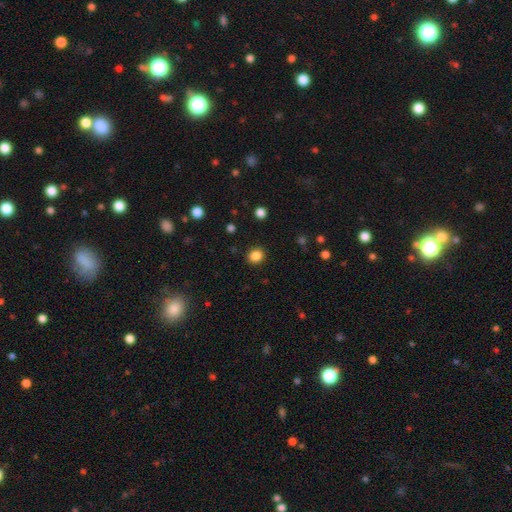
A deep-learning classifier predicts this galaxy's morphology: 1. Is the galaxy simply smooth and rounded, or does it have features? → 86% smooth, 11% star or artifact, 3% featured or disk.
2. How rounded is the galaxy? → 75% round, 25% in between, 1% cigar-shaped.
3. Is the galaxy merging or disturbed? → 90% none, 6% minor disturbance, 2% major disturbance, 1% merger.